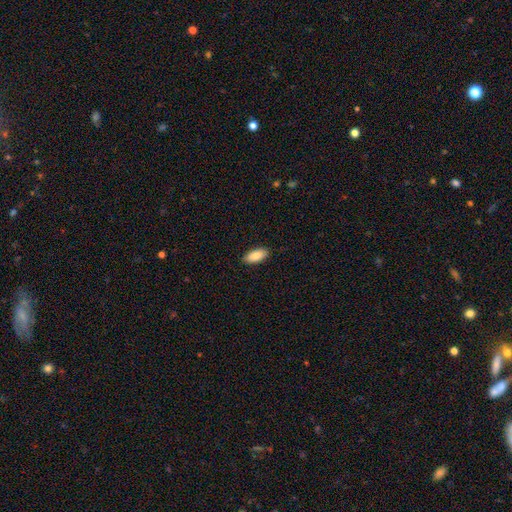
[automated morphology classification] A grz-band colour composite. It shows a smooth galaxy with no disk features (89%) that is in between round and cigar-shaped (88%). Merging: none (89%).